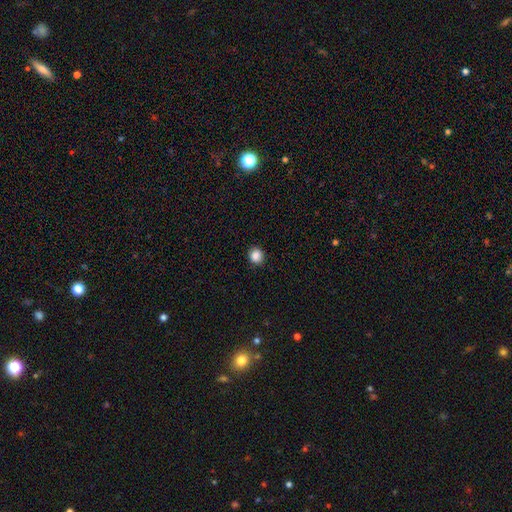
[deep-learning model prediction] The model was most divided on "how rounded": round: 83%, in between: 16%, cigar-shaped: 1%. More confident: merging — none (90%); smooth or featured — smooth (87%).